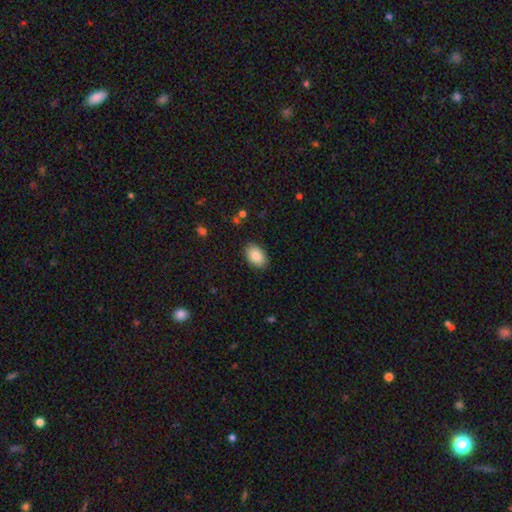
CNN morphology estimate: Smooth or featured?
  - smooth: 86% *
  - star or artifact: 7%
  - featured or disk: 7%
How rounded?
  - in between: 88% *
  - round: 11%
  - cigar-shaped: 1%
Merging?
  - none: 88% *
  - minor disturbance: 9%
  - major disturbance: 2%
  - merger: 1%